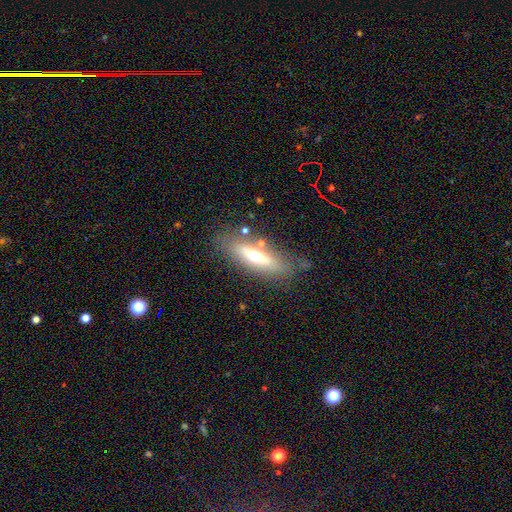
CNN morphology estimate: This appears to be a smooth galaxy with no disk features (48%). Merging: none (75%).